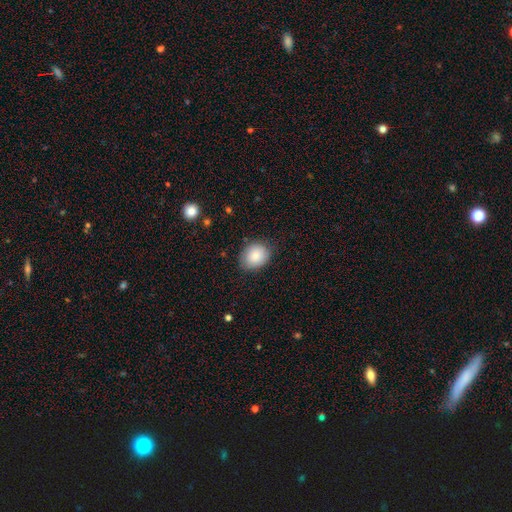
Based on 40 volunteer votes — A smooth galaxy with no disk features (85%) that is round (53%). Merging: none (78%).